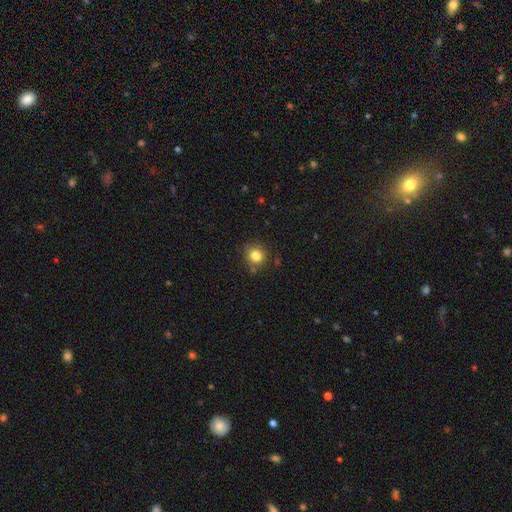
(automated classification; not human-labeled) Morphology: type=smooth (82%); roundness=round (91%); merging=none (82%).